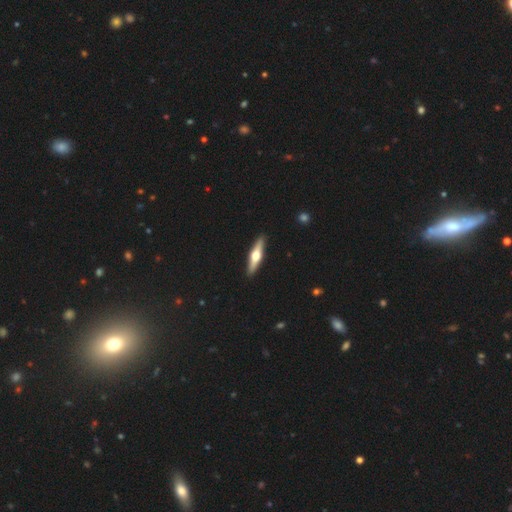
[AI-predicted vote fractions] Smooth or featured? Predicted: featured or disk (p=0.61). Edge-on disk? Predicted: yes (p=0.95). Edge-on bulge? Predicted: rounded (p=0.95). Merging? Predicted: none (p=0.92).